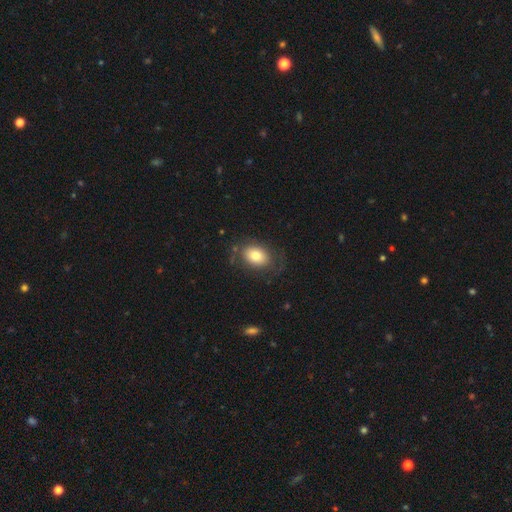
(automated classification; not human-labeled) A smooth galaxy with no disk features (77%) that is in between round and cigar-shaped (79%). Merging: none (70%).